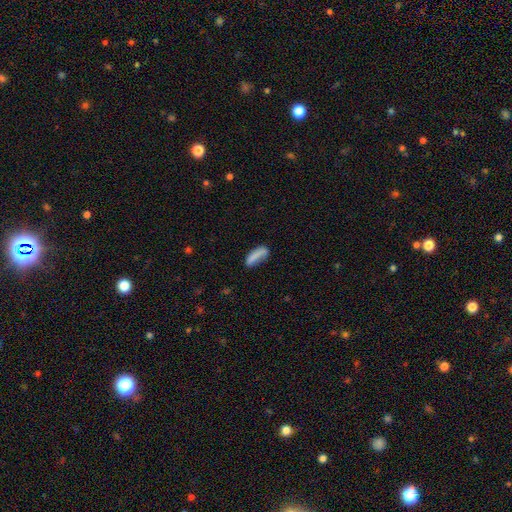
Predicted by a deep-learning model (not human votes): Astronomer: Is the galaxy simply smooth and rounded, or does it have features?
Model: smooth — 81%.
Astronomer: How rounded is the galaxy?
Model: in between — 49%, tied with cigar-shaped at 49%.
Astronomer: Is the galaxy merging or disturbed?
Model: none — 59%.